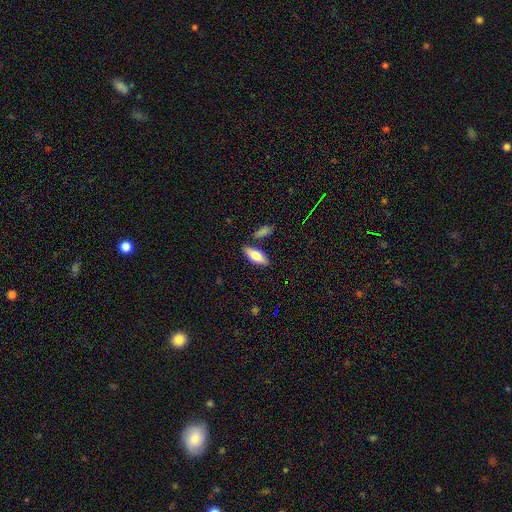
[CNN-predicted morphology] Smooth or featured? smooth (70%)
How rounded? in between (72%)
Merging? none (81%)